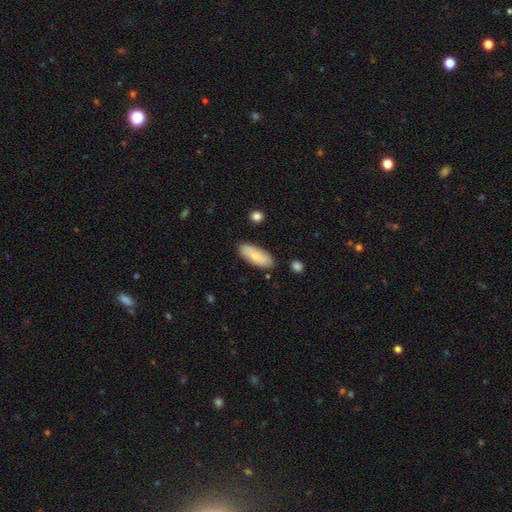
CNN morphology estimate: A smooth galaxy with no disk features (81%) that is in between round and cigar-shaped (76%).

Vote fractions:
- Smooth or featured? smooth: 81% / featured or disk: 13% / star or artifact: 6%
- How rounded? in between: 76% / cigar-shaped: 22% / round: 2%
- Merging? none: 83% / minor disturbance: 12% / merger: 2% / major disturbance: 2%